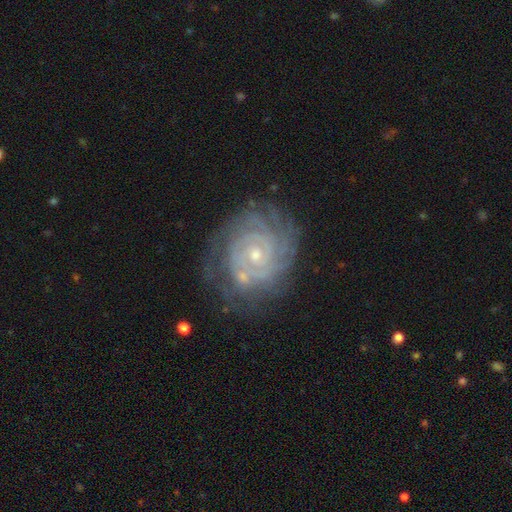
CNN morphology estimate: Overall: featured or disk (88%). Edge-on disk: no (97%). Bar: no (76%). Spiral arms: yes (97%). Spiral arm count: can't tell (30%; 4 20%). Spiral winding: tight (85%). Bulge size: small (70%). Merging: none (70%).